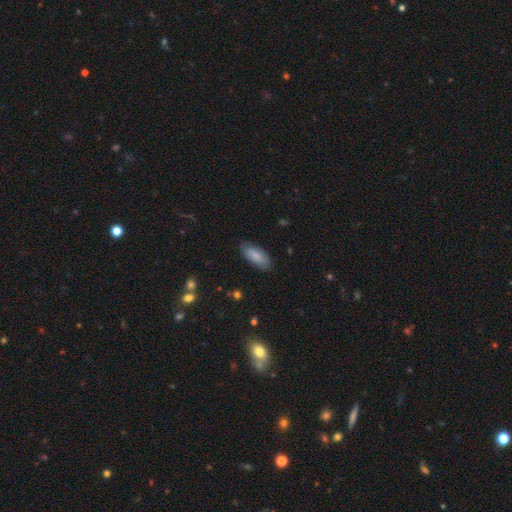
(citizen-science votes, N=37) This is clearly a smooth galaxy (84%). How rounded: clearly in between (81%). Merging: clearly none (86%).